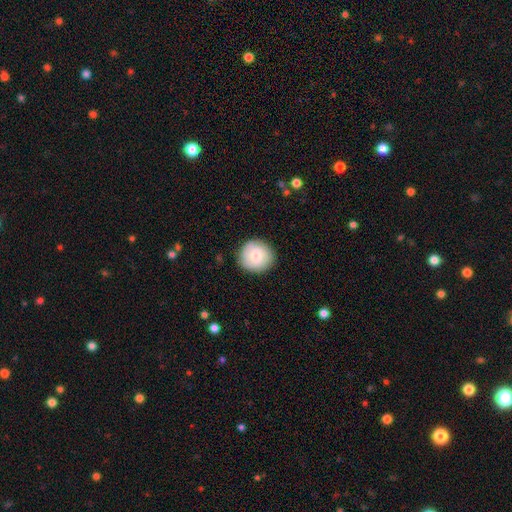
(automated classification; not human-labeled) Overall: smooth (74%). How rounded: round (92%). Merging: none (87%).